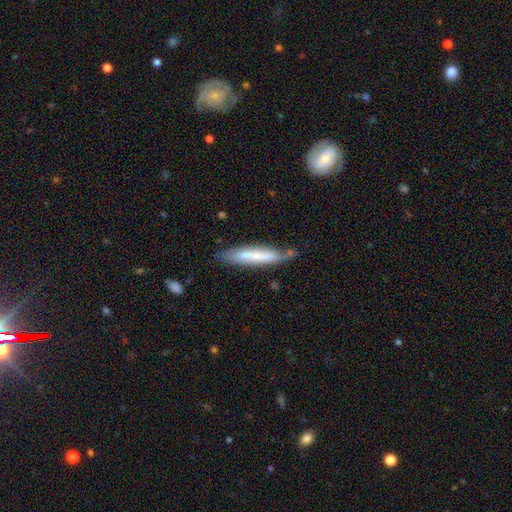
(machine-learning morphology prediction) The model was most divided on "smooth or featured": smooth: 53%, featured or disk: 41%, star or artifact: 7%. More confident: how rounded — cigar-shaped (86%); merging — none (60%).